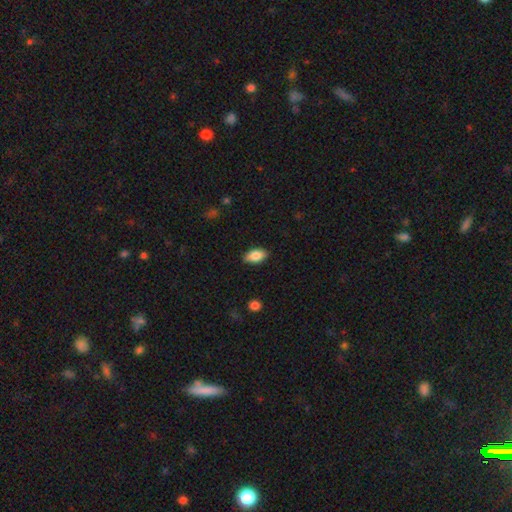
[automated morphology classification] This is clearly a smooth galaxy (85%). How rounded: clearly in between (93%). Merging: clearly none (87%).